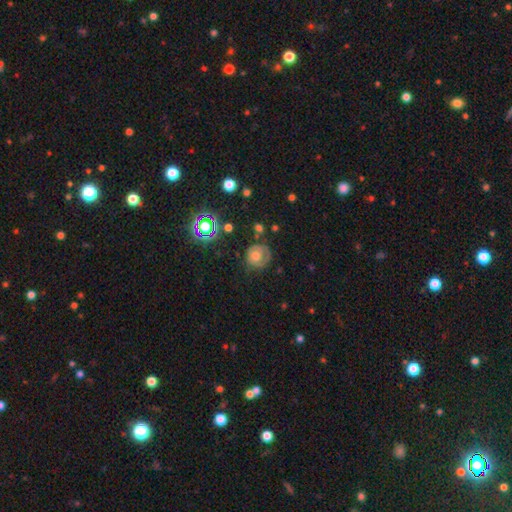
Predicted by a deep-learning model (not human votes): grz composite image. It shows a smooth galaxy with no disk features (46%). Merging: none (60%).